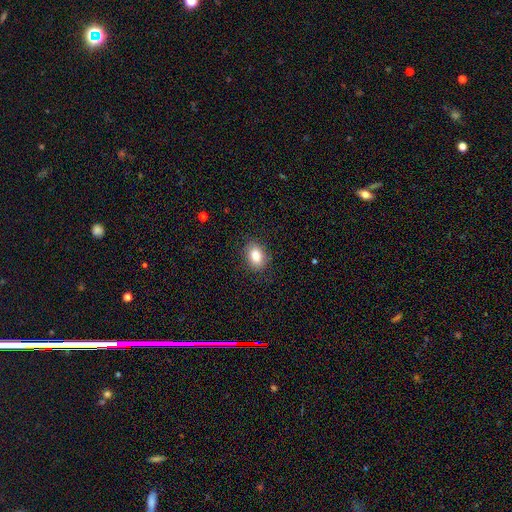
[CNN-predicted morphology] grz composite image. It shows a smooth galaxy with no disk features (86%) that is in between round and cigar-shaped (79%). Merging: none (84%).